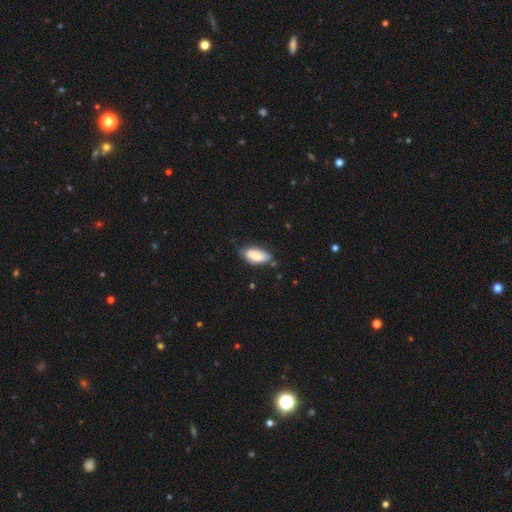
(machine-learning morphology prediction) smooth_or_featured: smooth (p=0.83) [alt: featured or disk p=0.10]
how_rounded: in between (p=0.86) [alt: cigar-shaped p=0.12]
merging: none (p=0.62) [alt: minor disturbance p=0.29]